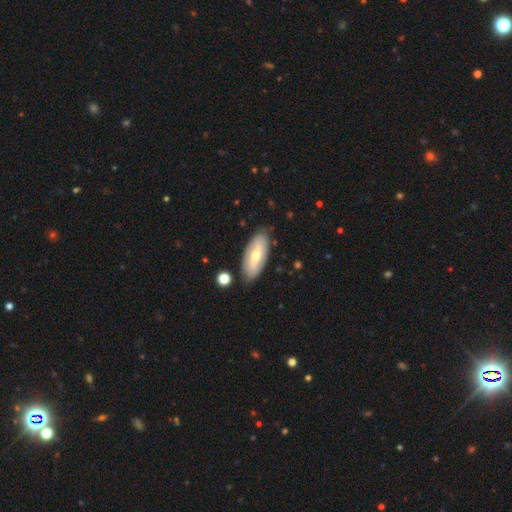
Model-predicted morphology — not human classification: Smooth or featured: smooth — 50% (featured or disk — 44%)
Merging: none — 83% (minor disturbance — 12%)